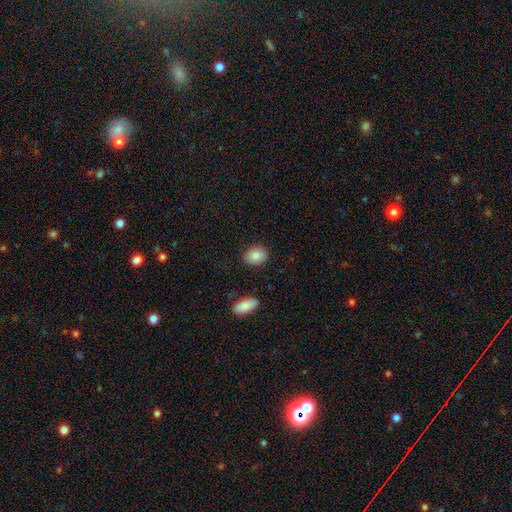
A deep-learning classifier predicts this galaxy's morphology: The model was most divided on "how rounded": in between: 61%, round: 38%, cigar-shaped: 1%. More confident: merging — none (87%); smooth or featured — smooth (85%).